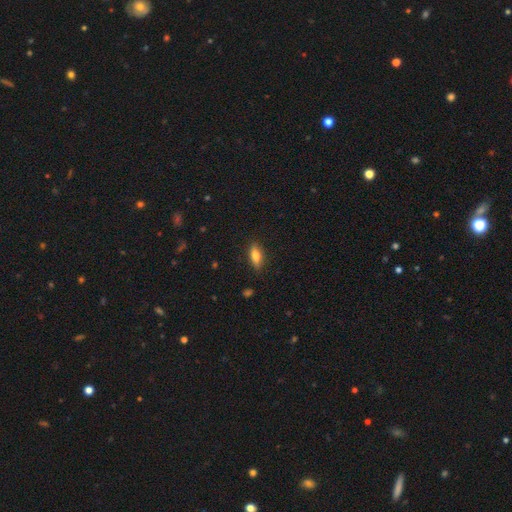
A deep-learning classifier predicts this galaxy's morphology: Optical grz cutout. It shows a smooth galaxy with no disk features (69%) that is in between round and cigar-shaped (67%). Merging: none (86%).